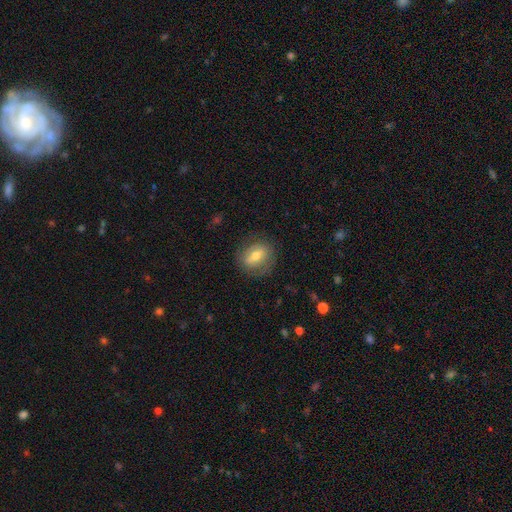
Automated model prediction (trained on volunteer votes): Q: Smooth or featured?
A: smooth (54%); runner-up: featured or disk (38%)
Q: How rounded?
A: round (56%); runner-up: in between (43%)
Q: Merging?
A: none (78%); runner-up: minor disturbance (15%)